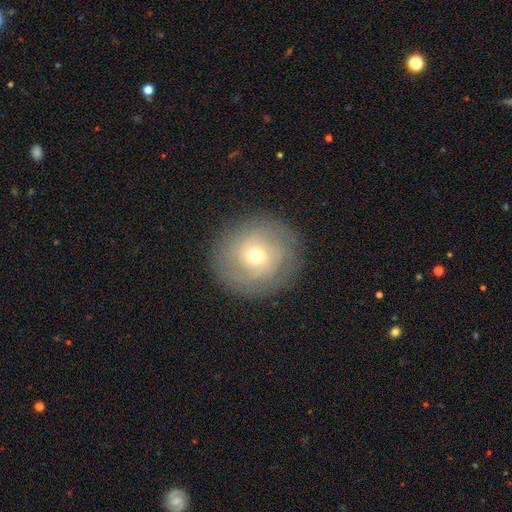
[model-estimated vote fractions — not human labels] This appears to be a featured or disk galaxy (51%). Merging: none (87%).